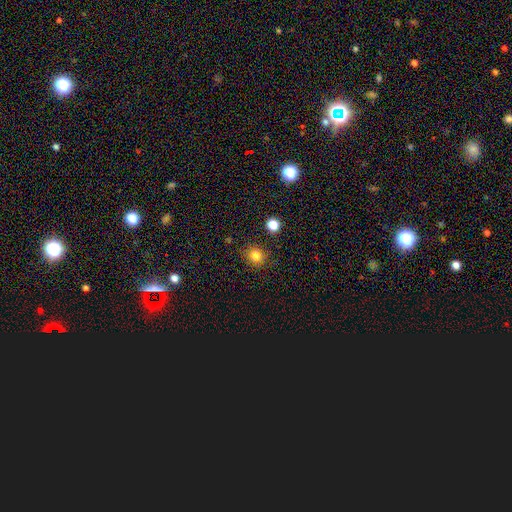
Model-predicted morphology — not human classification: Q: Smooth or featured?
A: smooth (81%); runner-up: star or artifact (14%)
Q: How rounded?
A: round (87%); runner-up: in between (12%)
Q: Merging?
A: none (87%); runner-up: minor disturbance (8%)